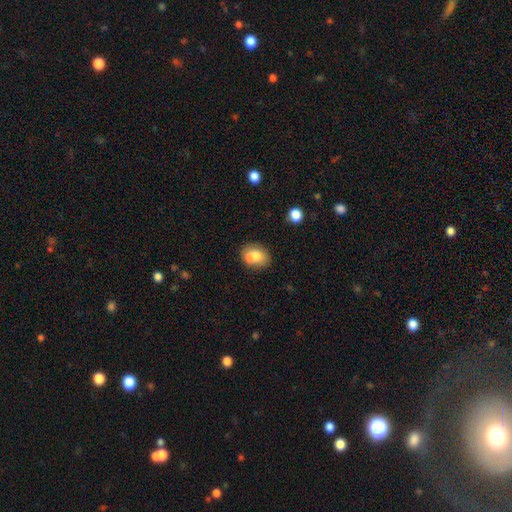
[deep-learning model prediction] This is likely a smooth galaxy (70%). How rounded: possibly in between (56%). Merging: possibly none (46%).